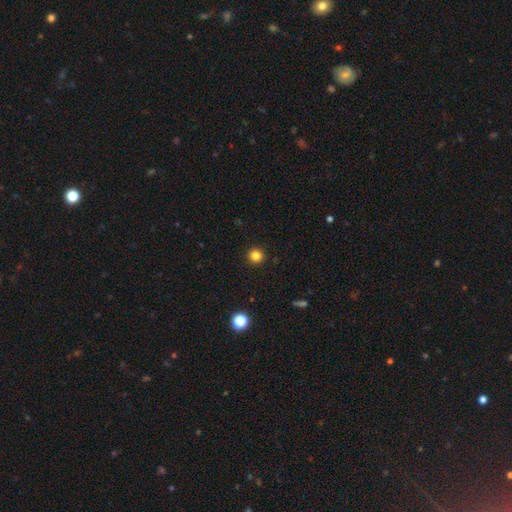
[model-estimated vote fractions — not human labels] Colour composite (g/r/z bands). It shows a smooth galaxy with no disk features (83%) that is round (95%). Merging: none (93%).